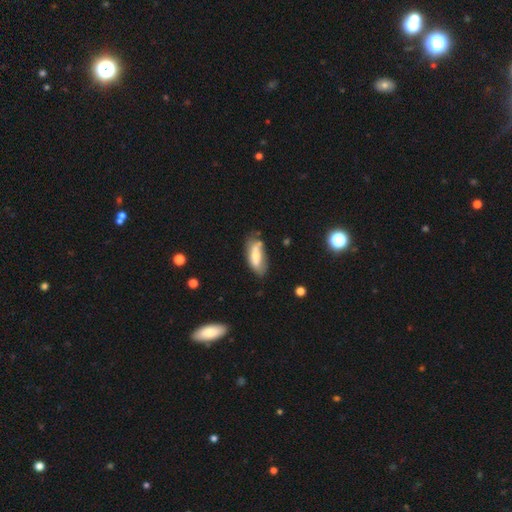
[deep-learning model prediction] This appears to be a smooth galaxy with no disk features (54%) that is in between round and cigar-shaped (75%). Merging: none (59%).